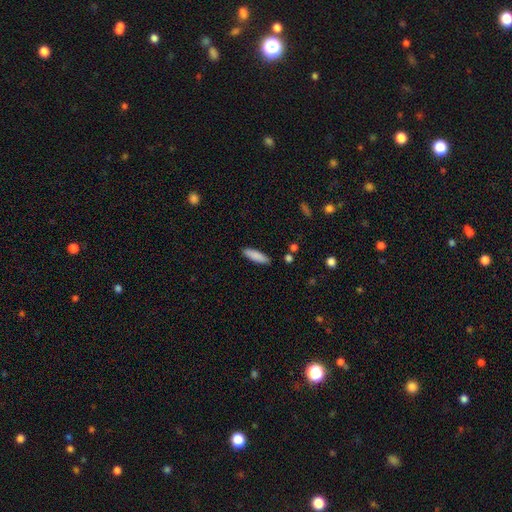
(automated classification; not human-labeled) smooth 86%, featured or disk 7%, star or artifact 6%. Down the decision tree: how rounded — cigar-shaped (62%); merging — none (88%).